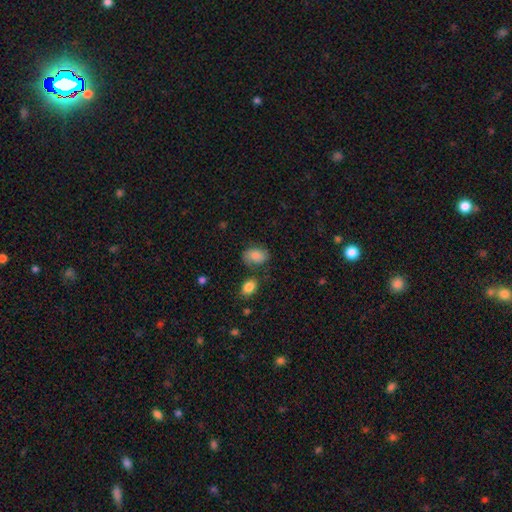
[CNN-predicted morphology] type=smooth (80%); roundness=in between (83%); merging=none (64%).